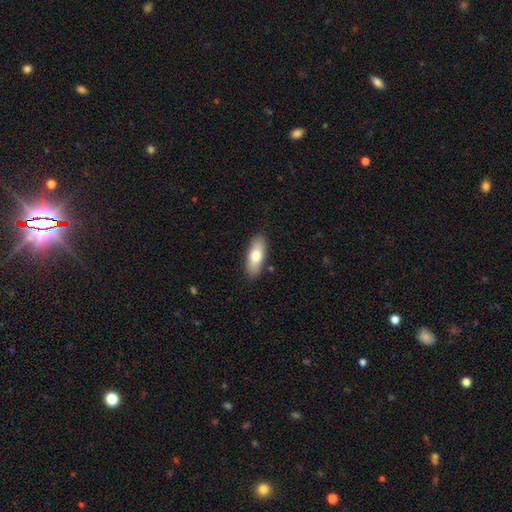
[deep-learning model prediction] Smooth or featured?
  - smooth: 75% *
  - featured or disk: 18%
  - star or artifact: 6%
How rounded?
  - in between: 77% *
  - cigar-shaped: 21%
  - round: 3%
Merging?
  - none: 86% *
  - minor disturbance: 10%
  - major disturbance: 2%
  - merger: 2%